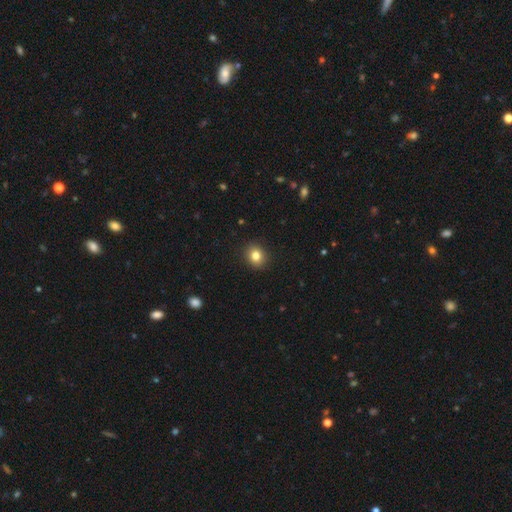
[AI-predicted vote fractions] This is clearly a smooth galaxy (82%). How rounded: likely round (73%). Merging: clearly none (91%).